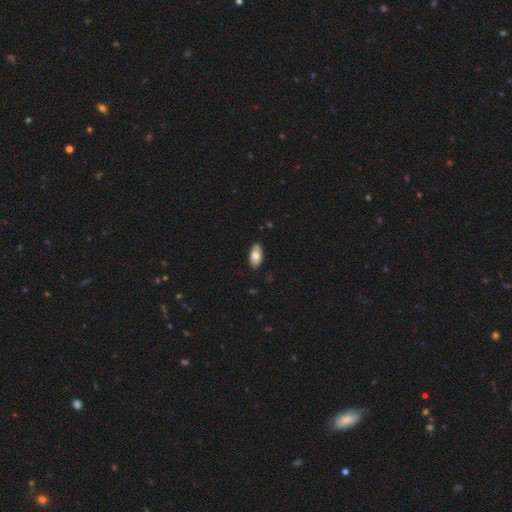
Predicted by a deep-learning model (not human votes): Smooth or featured: smooth — 74% (featured or disk — 20%)
How rounded: in between — 94% (round — 3%)
Merging: none — 85% (minor disturbance — 12%)